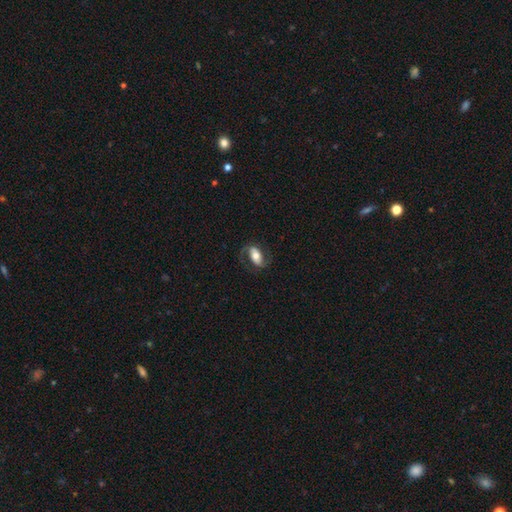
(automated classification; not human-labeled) A featured or disk galaxy (67%) with no bar (37%), 2 (88%) medium (47%) spiral arms (88%) and a moderate central bulge (59%).

Vote fractions:
- Smooth or featured? featured or disk: 67% / smooth: 26% / star or artifact: 7%
- Edge-on disk? no: 94% / yes: 6%
- Bar? no: 37% / strong: 36% / weak: 28%
- Spiral arms? yes: 88% / no: 12%
- Spiral winding? medium: 47% / loose: 36% / tight: 17%
- Spiral arm count? 2: 88% / 1: 5% / can't tell: 4% / 3: 1% / 4: 1% / more than 4: 1%
- Bulge size? moderate: 59% / large: 23% / small: 13% / dominant: 3% / none: 2%
- Merging? none: 70% / minor disturbance: 16% / major disturbance: 13% / merger: 1%